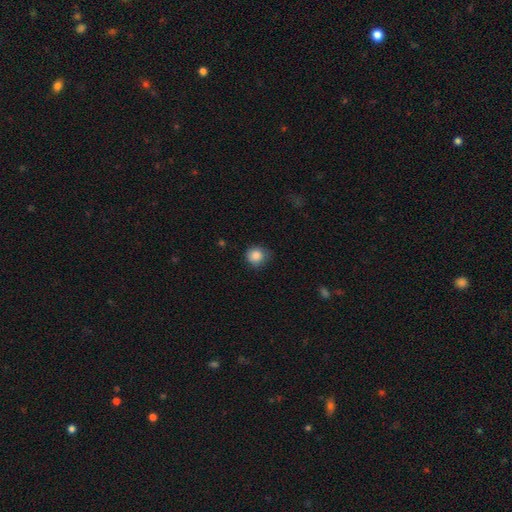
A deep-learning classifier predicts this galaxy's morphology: Smooth or featured: smooth — 86% (star or artifact — 9%)
How rounded: round — 88% (in between — 11%)
Merging: none — 70% (minor disturbance — 24%)